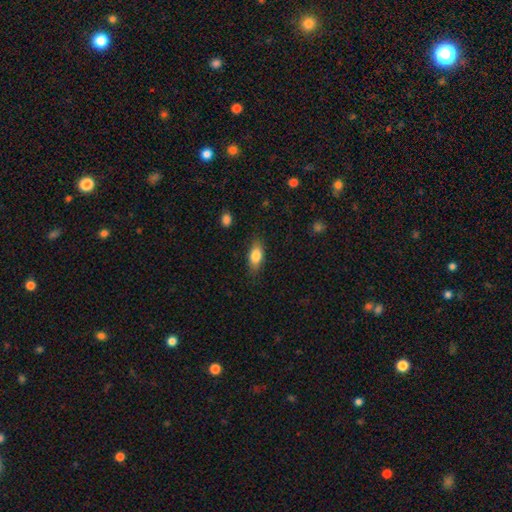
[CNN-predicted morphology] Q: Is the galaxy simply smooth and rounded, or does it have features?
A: smooth — 82%.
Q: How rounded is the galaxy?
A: in between — 84%.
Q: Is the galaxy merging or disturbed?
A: none — 82%.